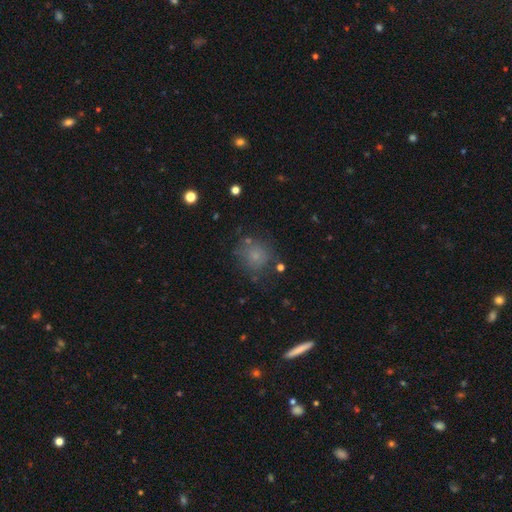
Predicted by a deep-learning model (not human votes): smooth-or-featured: smooth: 71% | star or artifact: 16% | featured or disk: 13%
  how-rounded: round: 88% | in between: 11% | cigar-shaped: 1%
  merging: none: 72% | minor disturbance: 16% | major disturbance: 8% | merger: 5%